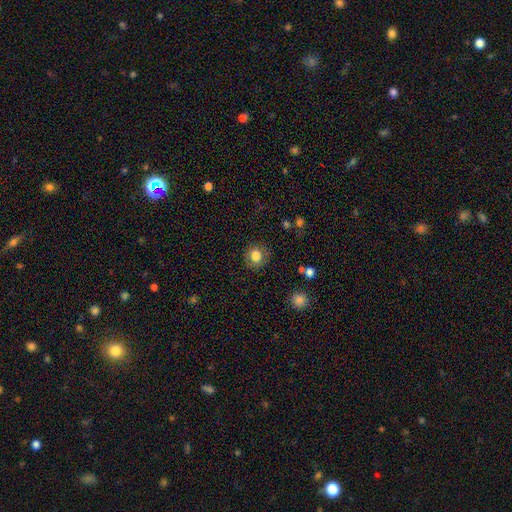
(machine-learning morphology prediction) Smooth or featured?
  - smooth: 81% *
  - star or artifact: 10%
  - featured or disk: 9%
How rounded?
  - round: 83% *
  - in between: 17%
  - cigar-shaped: 1%
Merging?
  - none: 85% *
  - minor disturbance: 10%
  - major disturbance: 4%
  - merger: 1%